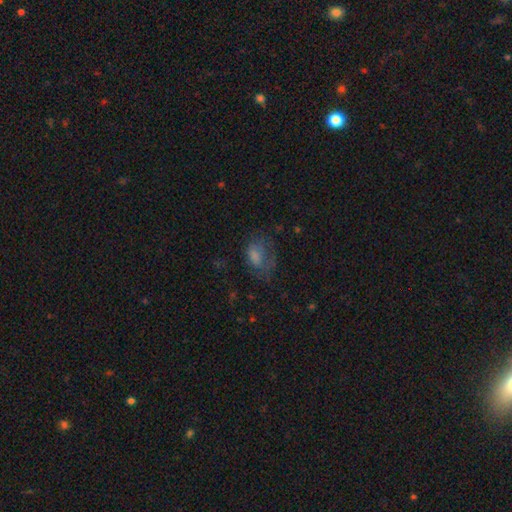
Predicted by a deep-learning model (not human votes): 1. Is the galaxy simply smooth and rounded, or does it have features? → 53% smooth, 29% featured or disk, 18% star or artifact.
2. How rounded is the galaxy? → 77% in between, 21% round, 2% cigar-shaped.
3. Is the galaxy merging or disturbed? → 43% none, 31% major disturbance, 24% minor disturbance, 2% merger.